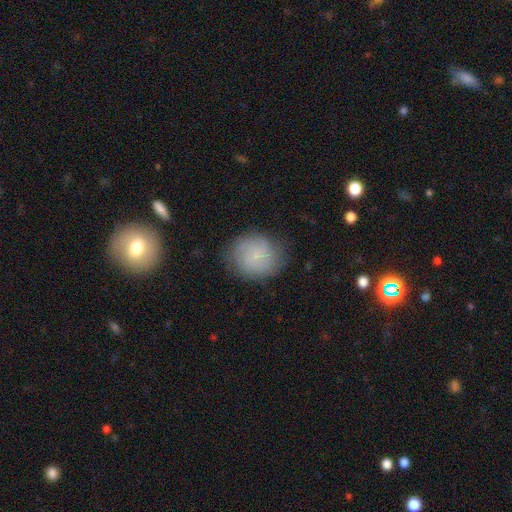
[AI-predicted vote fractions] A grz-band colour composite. It shows a smooth galaxy with no disk features (56%) that is round (73%). Merging: none (74%).